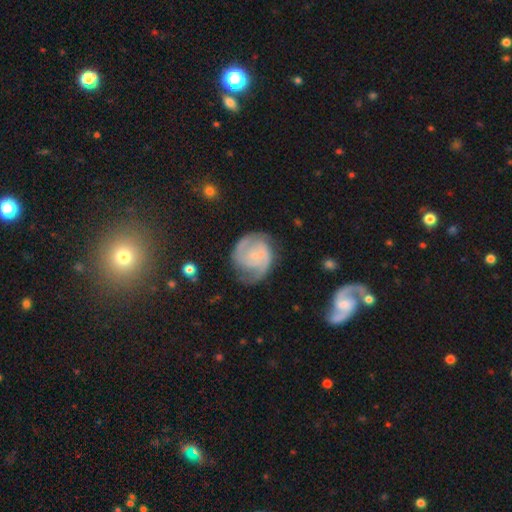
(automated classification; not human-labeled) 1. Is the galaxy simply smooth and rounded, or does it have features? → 81% featured or disk, 14% smooth, 6% star or artifact.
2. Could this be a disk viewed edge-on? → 98% no, 2% yes.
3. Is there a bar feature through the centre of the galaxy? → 64% no, 30% weak, 6% strong.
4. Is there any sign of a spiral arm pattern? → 95% yes, 5% no.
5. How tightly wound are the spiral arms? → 47% tight, 41% medium, 12% loose.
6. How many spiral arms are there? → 68% 2, 13% can't tell, 10% 3, 4% 1, 3% 4, 3% more than 4.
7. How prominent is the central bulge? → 68% small, 18% none, 12% moderate, 2% large, 1% dominant.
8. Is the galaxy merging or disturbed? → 65% none, 21% minor disturbance, 11% major disturbance, 2% merger.